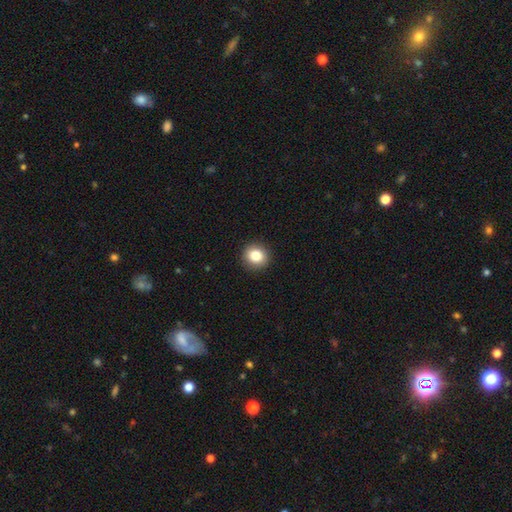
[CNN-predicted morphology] smooth 84%, star or artifact 10%, featured or disk 6%. Down the decision tree: how rounded — round (86%); merging — none (92%).